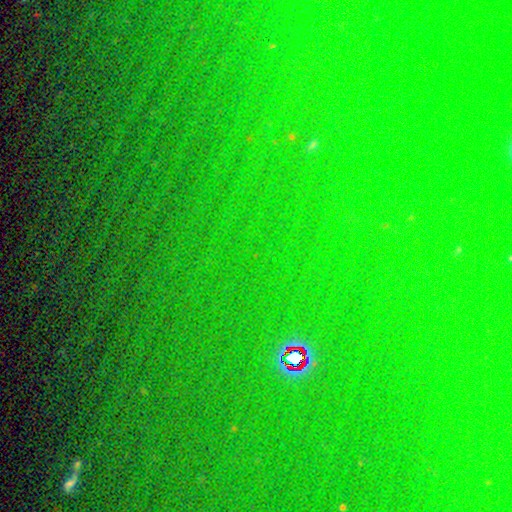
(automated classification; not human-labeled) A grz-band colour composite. It shows a star or artifact, not a galaxy (80%).